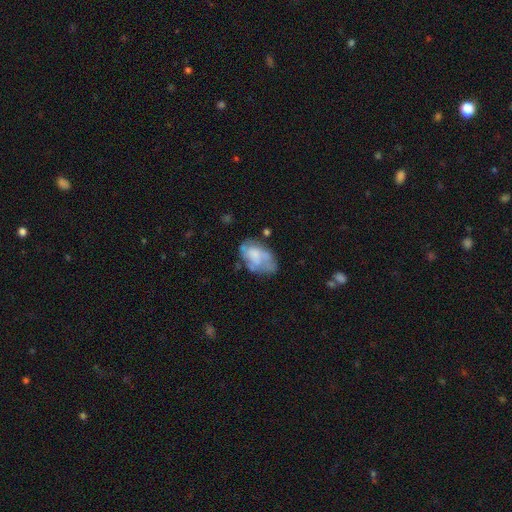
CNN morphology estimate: featured or disk 49%, smooth 42%, star or artifact 8%. Down the decision tree: merging — none (45%).